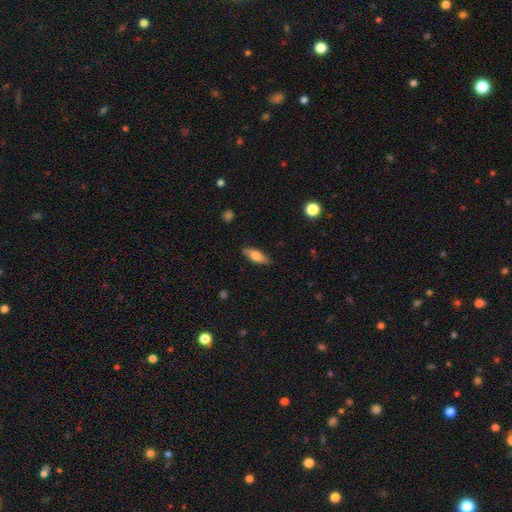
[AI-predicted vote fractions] The model was most divided on "how rounded": in between: 60%, cigar-shaped: 37%, round: 3%. More confident: merging — none (85%); smooth or featured — smooth (64%).